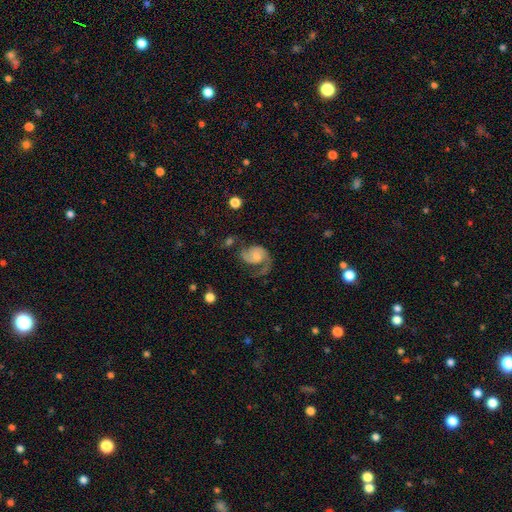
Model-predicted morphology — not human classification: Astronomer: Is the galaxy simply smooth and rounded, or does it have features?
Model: featured or disk — 78%.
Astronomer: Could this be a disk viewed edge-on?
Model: no — 98%.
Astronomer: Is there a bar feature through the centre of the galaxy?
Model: no — 65%.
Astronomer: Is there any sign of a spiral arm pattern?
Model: yes — 94%.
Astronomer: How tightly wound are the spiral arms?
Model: medium — 45% (runner-up: loose, 37%).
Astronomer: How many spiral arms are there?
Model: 2 — 55% (runner-up: 1, 38%).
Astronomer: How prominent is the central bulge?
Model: small — 38% (runner-up: moderate, 32%).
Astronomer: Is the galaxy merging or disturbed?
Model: none — 42% (runner-up: major disturbance, 33%).